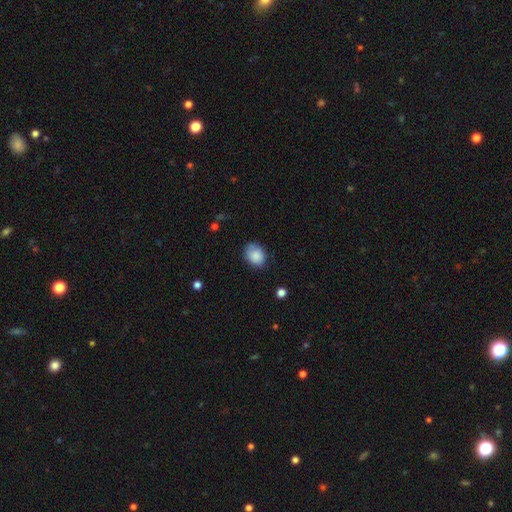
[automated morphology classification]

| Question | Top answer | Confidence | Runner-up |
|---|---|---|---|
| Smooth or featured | smooth | 86% | star or artifact (8%) |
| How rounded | in between | 59% | round (40%) |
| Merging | none | 70% | minor disturbance (23%) |